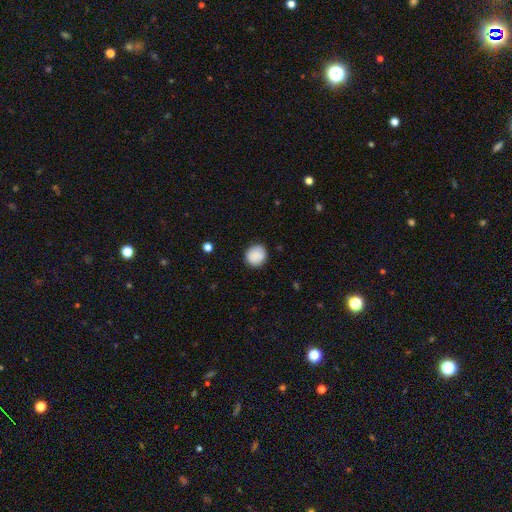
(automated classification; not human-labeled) Smooth or featured: smooth — 89% (star or artifact — 7%)
How rounded: round — 83% (in between — 16%)
Merging: none — 87% (minor disturbance — 10%)